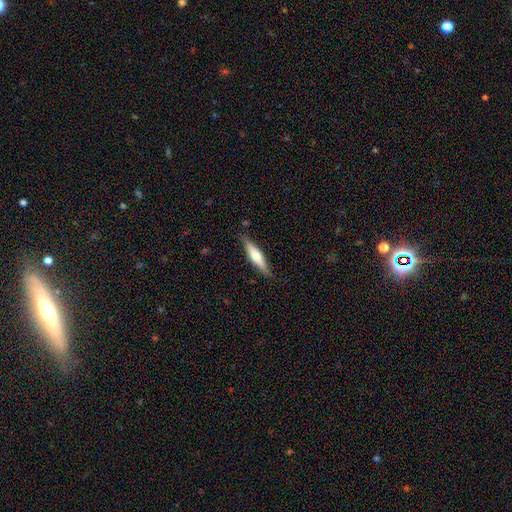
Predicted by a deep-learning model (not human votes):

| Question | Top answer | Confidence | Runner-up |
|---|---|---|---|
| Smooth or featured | featured or disk | 52% | smooth (42%) |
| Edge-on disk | yes | 94% | no (6%) |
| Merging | none | 86% | minor disturbance (11%) |